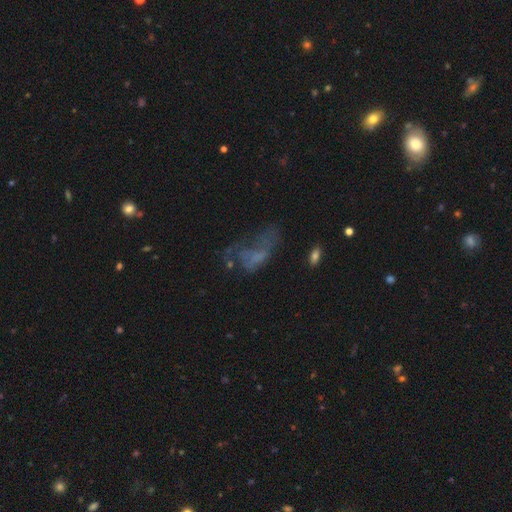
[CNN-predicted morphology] The model was most divided on "smooth or featured": featured or disk: 43%, smooth: 36%, star or artifact: 21%. Remaining: merging — major disturbance (47%).